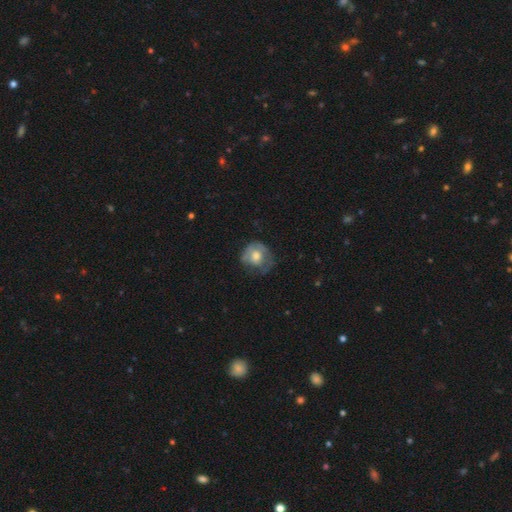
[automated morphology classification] smooth 54%, featured or disk 39%, star or artifact 8%. Down the decision tree: how rounded — round (77%); merging — none (47%).